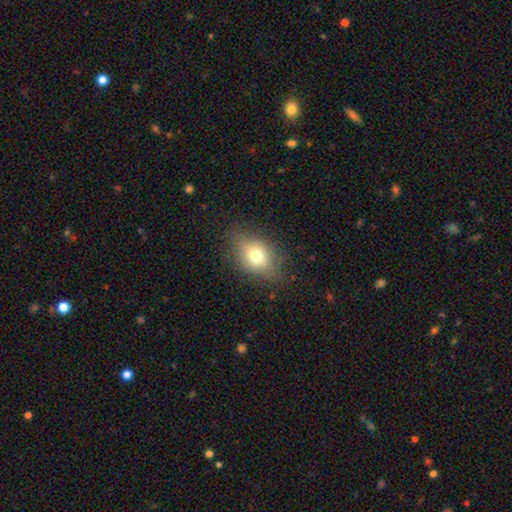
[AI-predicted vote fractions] smooth-or-featured: smooth: 68% | featured or disk: 20% | star or artifact: 12%
  how-rounded: in between: 71% | round: 26% | cigar-shaped: 3%
  merging: none: 76% | minor disturbance: 17% | major disturbance: 6% | merger: 1%